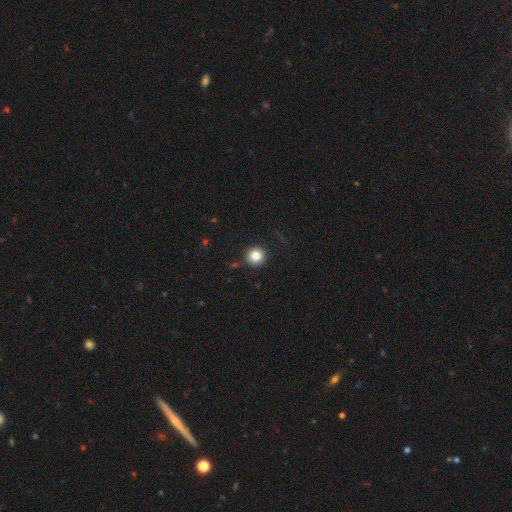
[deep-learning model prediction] This appears to be a smooth galaxy with no disk features (83%) that is round (95%). Merging: none (89%).